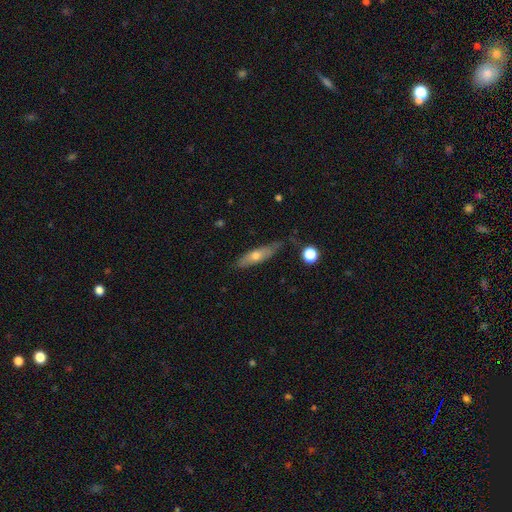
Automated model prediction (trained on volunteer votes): Smooth or featured? Predicted: smooth (p=0.54). How rounded? Predicted: cigar-shaped (p=0.64). Merging? Predicted: none (p=0.62).